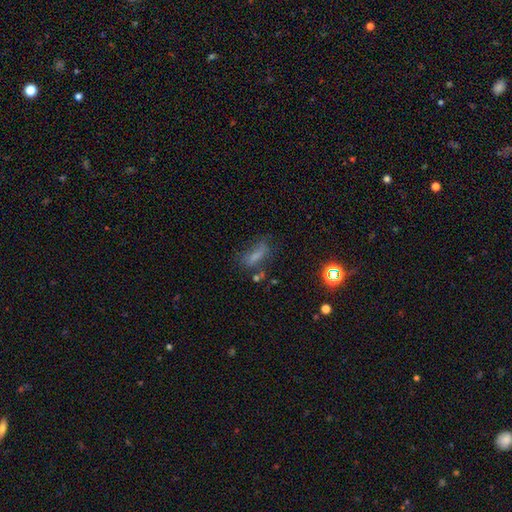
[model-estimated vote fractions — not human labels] This is likely a smooth galaxy (62%). How rounded: possibly in between (57%). Merging: possibly none (50%).